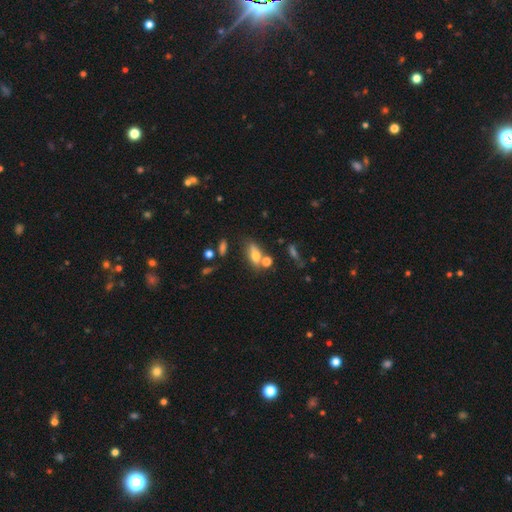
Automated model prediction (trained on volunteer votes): smooth-or-featured: smooth: 66% | featured or disk: 22% | star or artifact: 12%
  how-rounded: in between: 73% | cigar-shaped: 18% | round: 9%
  merging: none: 52% | merger: 24% | minor disturbance: 17% | major disturbance: 7%